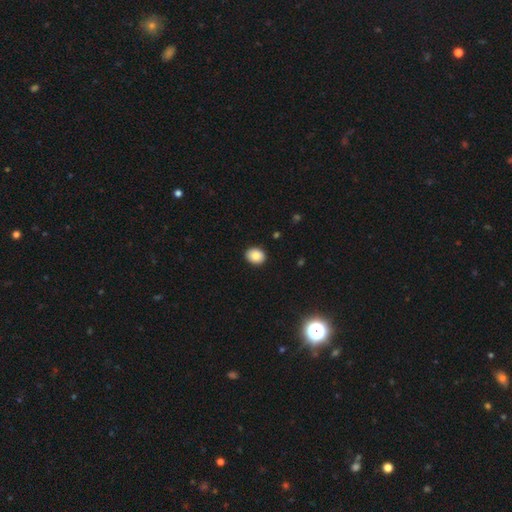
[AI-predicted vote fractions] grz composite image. It shows a smooth galaxy with no disk features (86%) that is round (52%). Merging: none (90%).